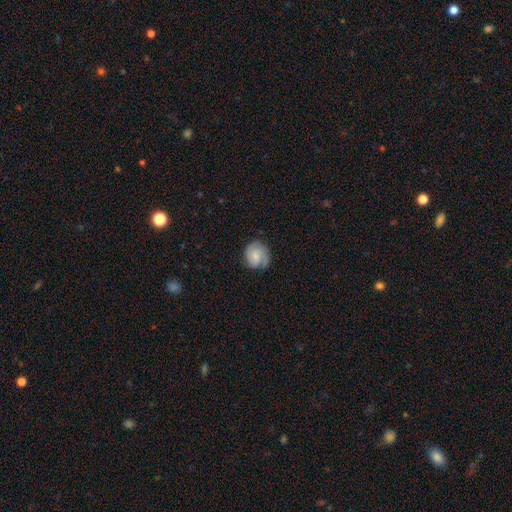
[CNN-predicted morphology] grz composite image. It shows a smooth galaxy with no disk features (47%). Merging: none (64%).